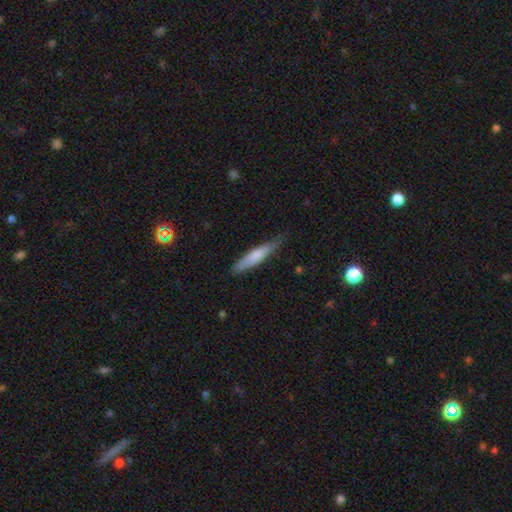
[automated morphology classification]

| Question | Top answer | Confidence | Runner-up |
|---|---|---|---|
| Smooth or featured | smooth | 69% | featured or disk (25%) |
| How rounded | cigar-shaped | 88% | in between (11%) |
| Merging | none | 75% | minor disturbance (21%) |